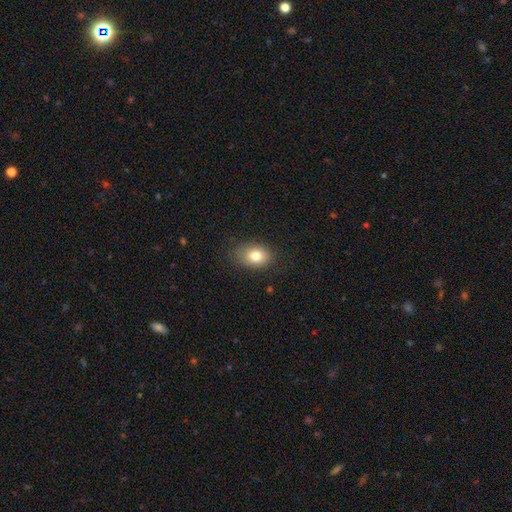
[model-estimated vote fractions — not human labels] Q: Smooth or featured?
A: smooth (80%); runner-up: featured or disk (11%)
Q: How rounded?
A: in between (71%); runner-up: round (28%)
Q: Merging?
A: none (79%); runner-up: minor disturbance (16%)